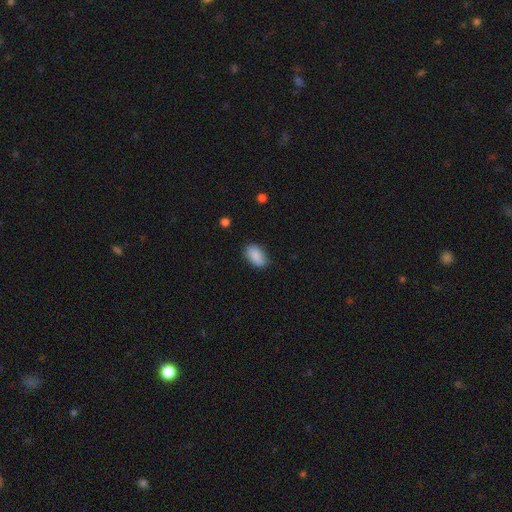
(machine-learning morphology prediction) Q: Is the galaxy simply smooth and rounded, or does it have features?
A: smooth — 86%.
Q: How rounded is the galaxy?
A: in between — 93%.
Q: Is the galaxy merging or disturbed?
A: none — 78%.